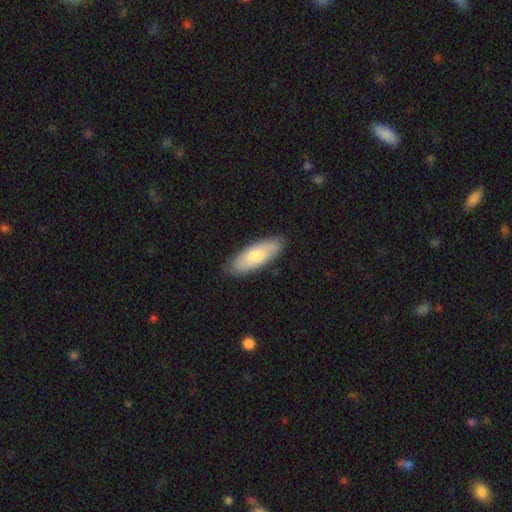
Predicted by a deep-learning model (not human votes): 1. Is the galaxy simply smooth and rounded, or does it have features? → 76% smooth, 19% featured or disk, 5% star or artifact.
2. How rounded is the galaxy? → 72% in between, 27% cigar-shaped, 2% round.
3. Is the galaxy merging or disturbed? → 86% none, 11% minor disturbance, 2% major disturbance, 1% merger.